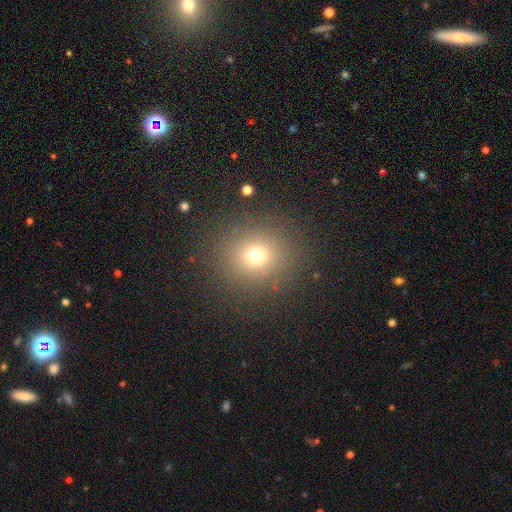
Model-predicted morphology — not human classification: Q: Smooth or featured?
A: smooth (70%); runner-up: star or artifact (20%)
Q: How rounded?
A: round (89%); runner-up: in between (10%)
Q: Merging?
A: none (88%); runner-up: minor disturbance (7%)